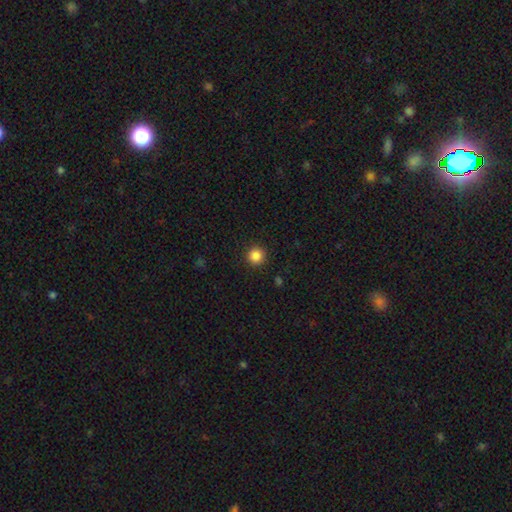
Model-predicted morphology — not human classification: This is clearly a smooth galaxy (86%). How rounded: clearly round (95%). Merging: clearly none (92%).